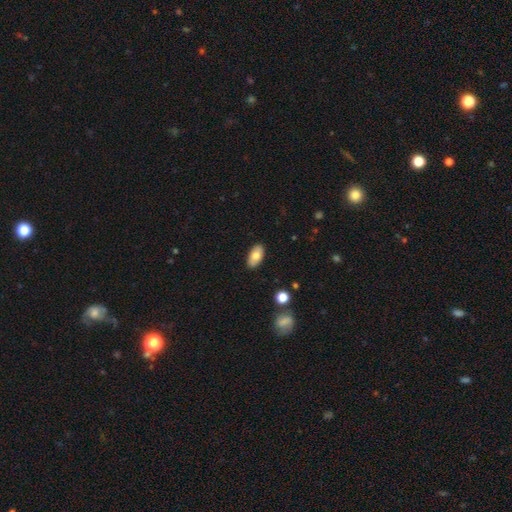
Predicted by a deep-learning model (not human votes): This appears to be a smooth galaxy with no disk features (73%) that is in between round and cigar-shaped (93%). Merging: none (88%).